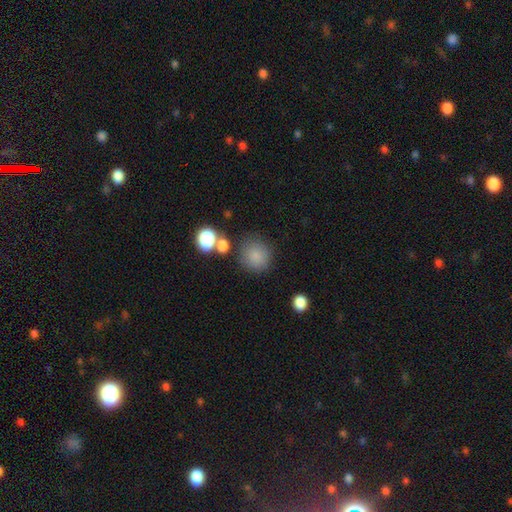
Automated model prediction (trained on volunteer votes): Overall: smooth (82%). How rounded: round (89%). Merging: none (77%).